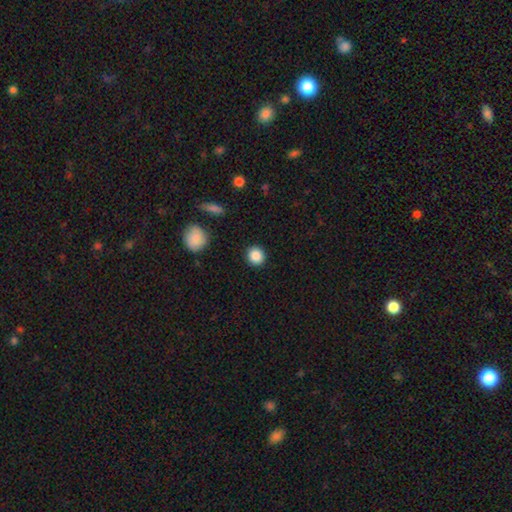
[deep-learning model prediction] This is clearly a smooth galaxy (87%). How rounded: clearly round (88%). Merging: clearly none (91%).